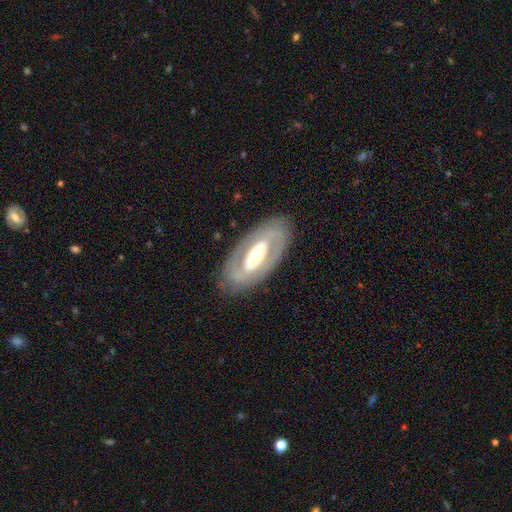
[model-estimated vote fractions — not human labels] The model was most divided on "spiral arms": no: 53%, yes: 47%. More confident: edge-on disk — no (90%); merging — none (83%); smooth or featured — featured or disk (75%); bulge size — moderate (64%); bar — no (51%).